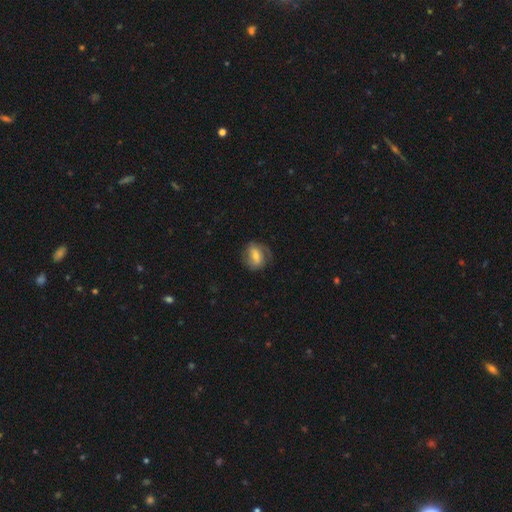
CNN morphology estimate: A smooth galaxy with no disk features (53%) that is in between round and cigar-shaped (57%).

Vote fractions:
- Smooth or featured? smooth: 53% / featured or disk: 39% / star or artifact: 8%
- How rounded? in between: 57% / round: 41% / cigar-shaped: 3%
- Merging? none: 65% / minor disturbance: 23% / major disturbance: 11% / merger: 1%